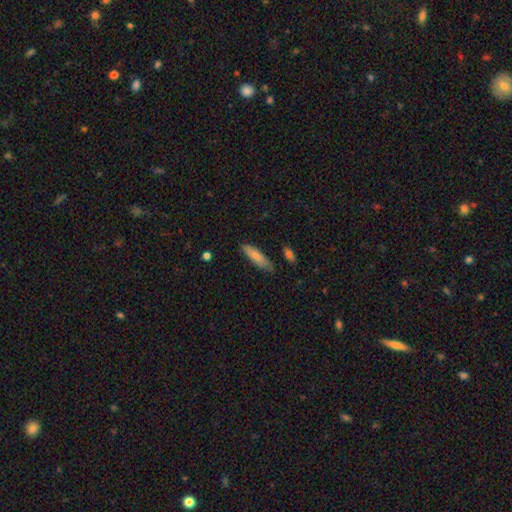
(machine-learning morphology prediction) type=smooth (76%); roundness=cigar-shaped (62%); merging=none (79%).